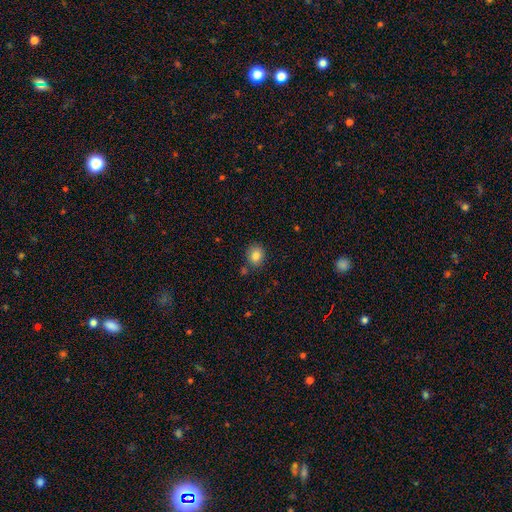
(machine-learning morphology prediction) This is clearly a smooth galaxy (84%). How rounded: likely round (65%). Merging: likely none (79%).